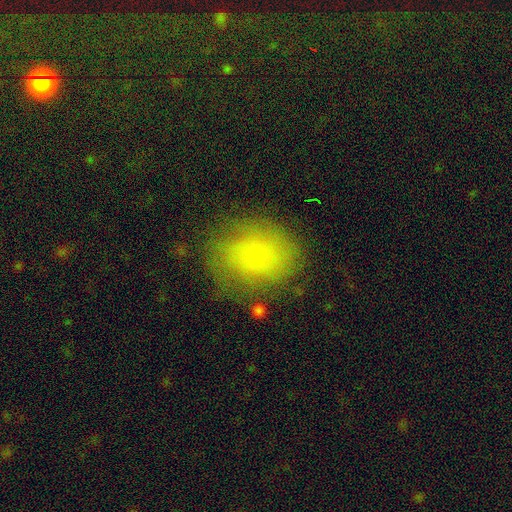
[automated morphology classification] A smooth galaxy with no disk features (65%) that is round (60%). Merging: none (73%).